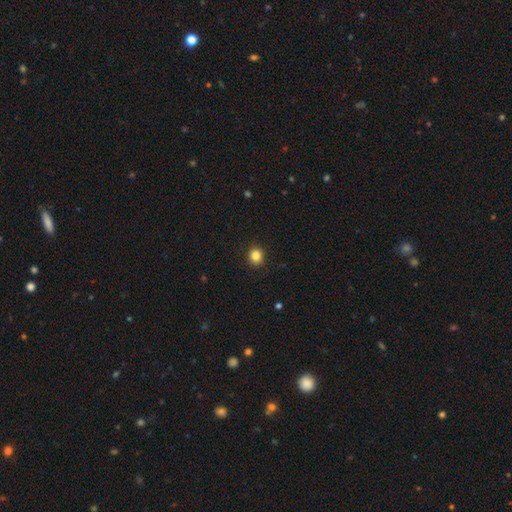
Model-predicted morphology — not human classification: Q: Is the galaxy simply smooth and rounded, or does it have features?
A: smooth — 84%.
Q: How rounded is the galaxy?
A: round — 83%.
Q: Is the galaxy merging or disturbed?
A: none — 92%.